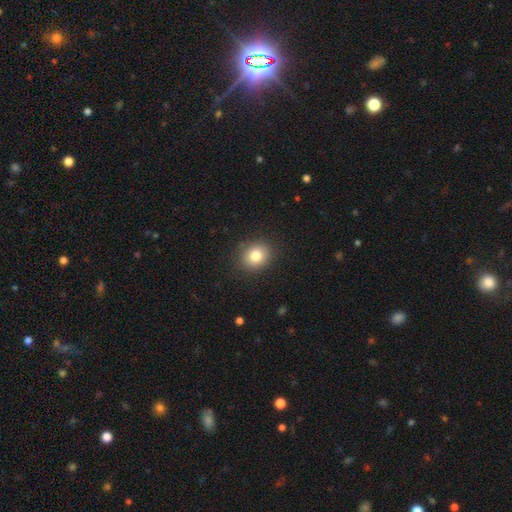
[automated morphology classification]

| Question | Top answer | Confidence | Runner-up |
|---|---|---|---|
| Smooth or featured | smooth | 81% | star or artifact (11%) |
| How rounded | round | 70% | in between (29%) |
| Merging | none | 87% | minor disturbance (9%) |